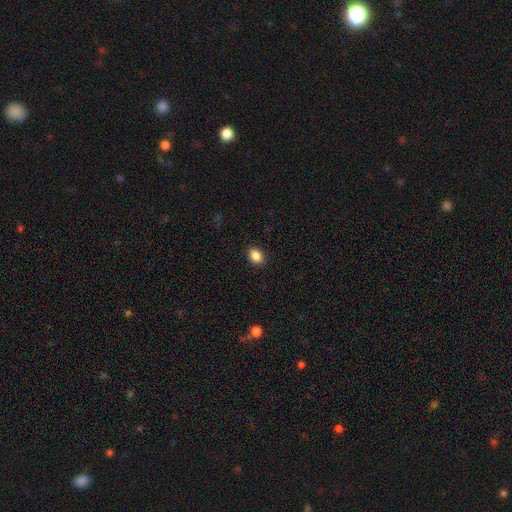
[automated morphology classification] smooth_or_featured: smooth (p=0.87) [alt: star or artifact p=0.09]
how_rounded: in between (p=0.73) [alt: round p=0.26]
merging: none (p=0.90) [alt: minor disturbance p=0.07]